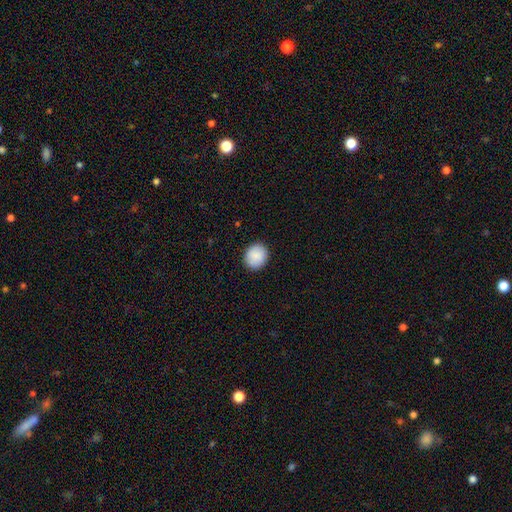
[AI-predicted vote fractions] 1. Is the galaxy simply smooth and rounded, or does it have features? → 88% smooth, 7% star or artifact, 5% featured or disk.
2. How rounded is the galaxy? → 73% round, 26% in between, 1% cigar-shaped.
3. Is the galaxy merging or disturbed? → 90% none, 7% minor disturbance, 2% major disturbance, 1% merger.